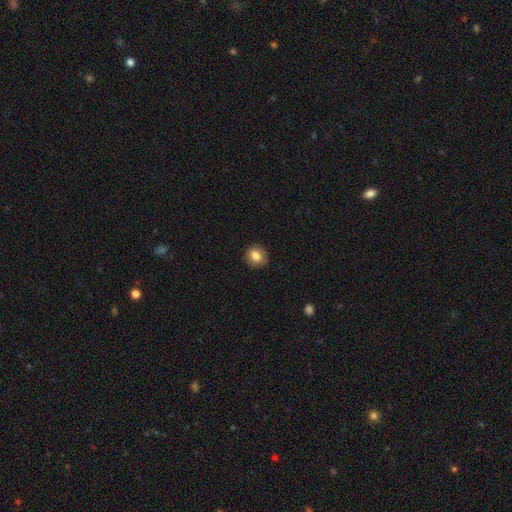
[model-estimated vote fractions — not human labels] This appears to be a smooth galaxy with no disk features (84%) that is round (84%). Merging: none (86%).